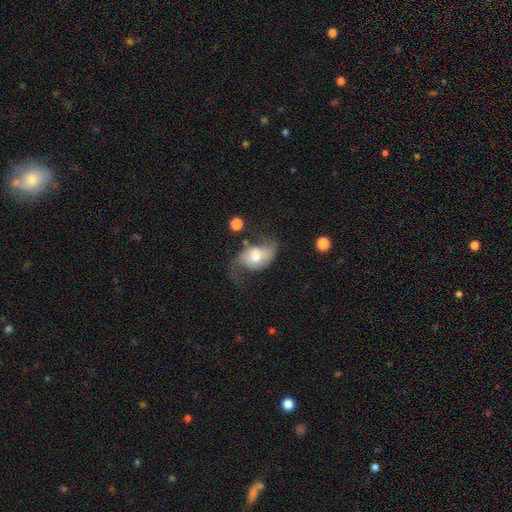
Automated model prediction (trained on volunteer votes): Smooth or featured?
  - featured or disk: 58% *
  - smooth: 35%
  - star or artifact: 7%
Edge-on disk?
  - no: 96% *
  - yes: 4%
Bar?
  - no: 50% *
  - weak: 40%
  - strong: 11%
Spiral arms?
  - yes: 82% *
  - no: 18%
Bulge size?
  - moderate: 61% *
  - large: 20%
  - small: 13%
  - none: 3%
  - dominant: 3%
Merging?
  - none: 36% *
  - major disturbance: 33%
  - minor disturbance: 25%
  - merger: 7%